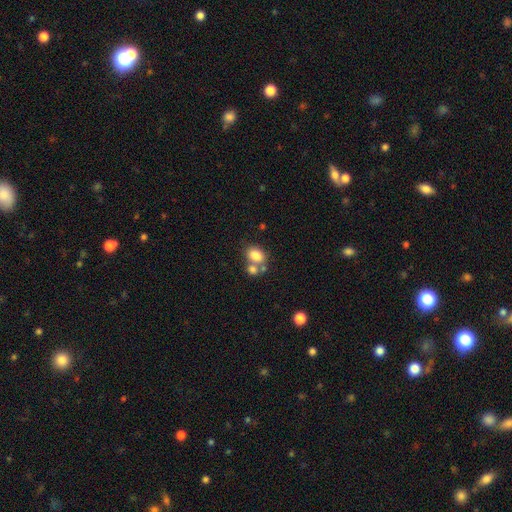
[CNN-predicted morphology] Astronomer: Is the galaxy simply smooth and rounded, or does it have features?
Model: smooth — 81%.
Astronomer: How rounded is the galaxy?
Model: in between — 67%.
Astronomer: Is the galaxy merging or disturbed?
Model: none — 46% (runner-up: merger, 39%).